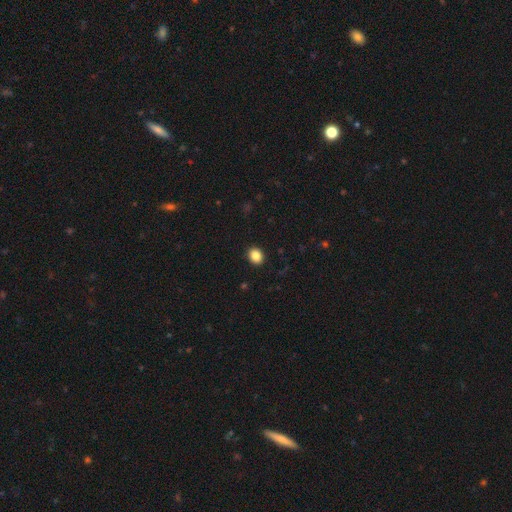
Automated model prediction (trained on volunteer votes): A smooth galaxy with no disk features (87%) that is round (60%).

Vote fractions:
- Smooth or featured? smooth: 87% / star or artifact: 9% / featured or disk: 4%
- How rounded? round: 60% / in between: 39% / cigar-shaped: 1%
- Merging? none: 91% / minor disturbance: 6% / major disturbance: 2% / merger: 1%